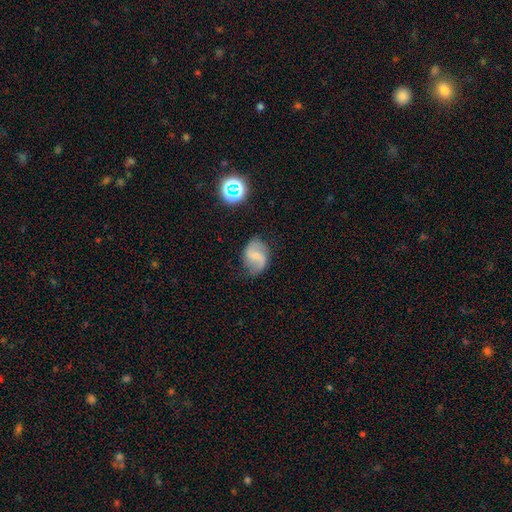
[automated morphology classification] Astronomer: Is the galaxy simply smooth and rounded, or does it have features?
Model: featured or disk — 68%.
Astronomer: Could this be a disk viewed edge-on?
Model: no — 98%.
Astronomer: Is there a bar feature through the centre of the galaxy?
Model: weak — 49% (runner-up: no, 31%).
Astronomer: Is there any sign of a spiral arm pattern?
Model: yes — 93%.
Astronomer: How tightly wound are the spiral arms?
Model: loose — 57% (runner-up: medium, 34%).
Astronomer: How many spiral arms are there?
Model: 2 — 89%.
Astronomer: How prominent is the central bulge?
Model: small — 46% (runner-up: none, 32%).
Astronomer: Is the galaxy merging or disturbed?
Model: none — 72%.